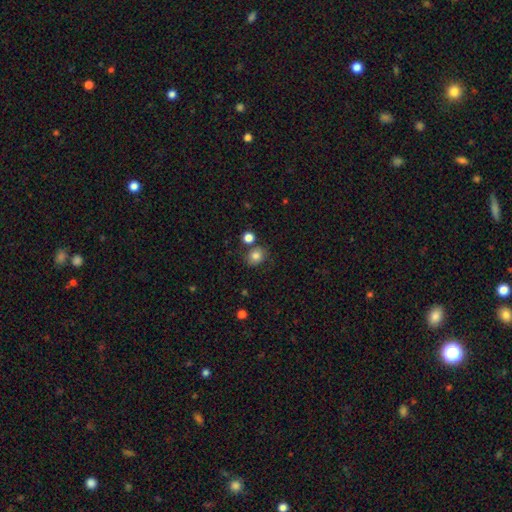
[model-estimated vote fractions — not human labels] Morphology: type=smooth (80%); roundness=round (71%); merging=none (69%).